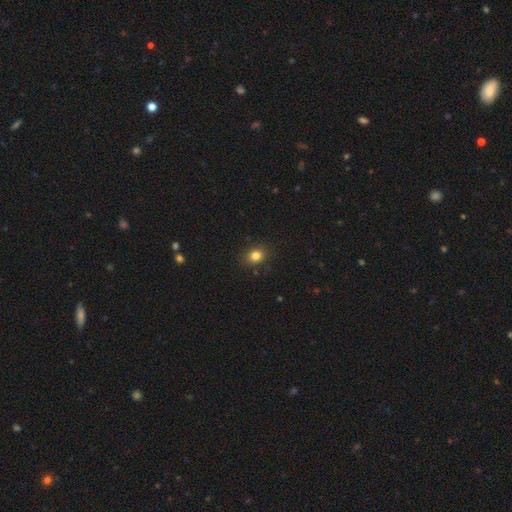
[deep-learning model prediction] This appears to be a smooth galaxy with no disk features (82%) that is round (63%). Merging: none (86%).